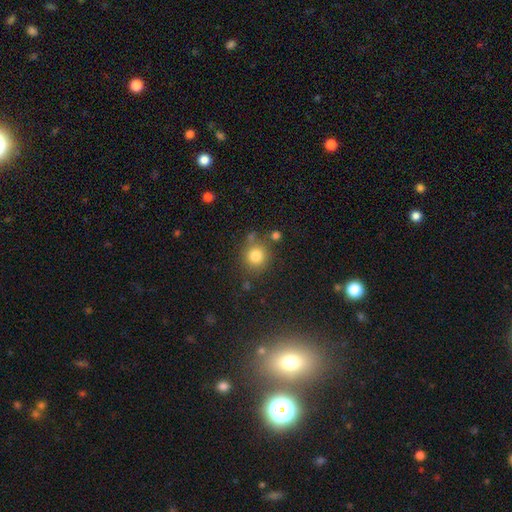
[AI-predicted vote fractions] Overall: smooth (81%). How rounded: round (89%). Merging: none (74%).